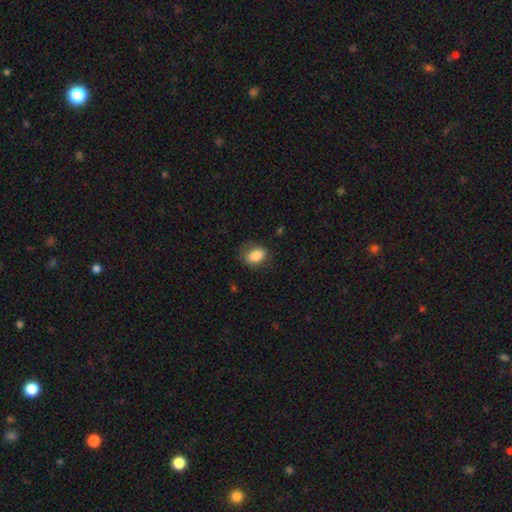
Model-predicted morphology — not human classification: type=smooth (82%); roundness=in between (74%); merging=none (68%).